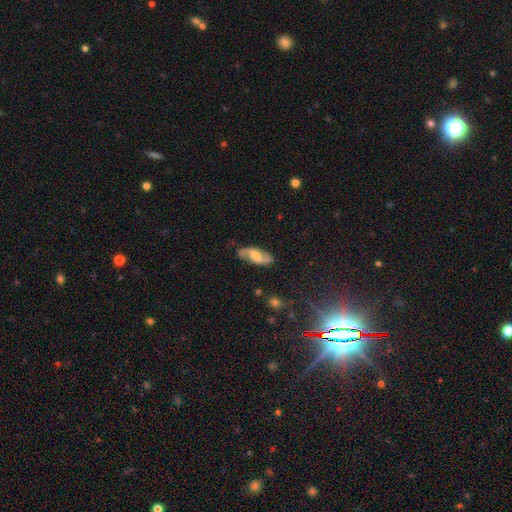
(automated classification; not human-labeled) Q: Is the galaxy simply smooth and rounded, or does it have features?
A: featured or disk — 75%.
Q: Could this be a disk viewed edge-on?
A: no — 93%.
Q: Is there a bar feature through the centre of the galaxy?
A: weak — 46%.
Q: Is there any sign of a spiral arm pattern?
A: yes — 94%.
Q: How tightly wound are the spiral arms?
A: loose — 48%.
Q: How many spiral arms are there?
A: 2 — 92%.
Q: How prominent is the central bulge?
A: moderate — 31%.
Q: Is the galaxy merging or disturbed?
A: none — 80%.